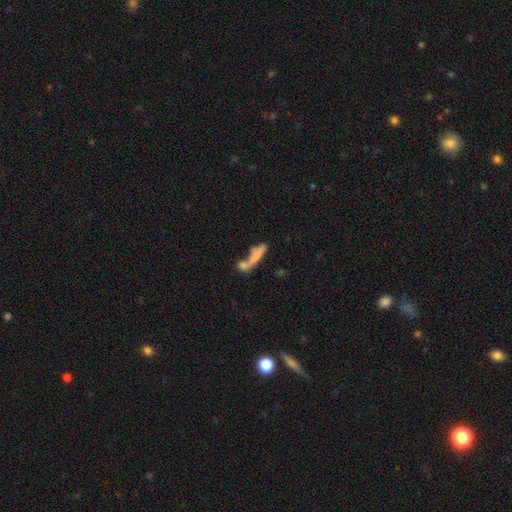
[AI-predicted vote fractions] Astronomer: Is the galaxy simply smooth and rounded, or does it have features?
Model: smooth — 63%.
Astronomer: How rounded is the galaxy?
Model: cigar-shaped — 75%.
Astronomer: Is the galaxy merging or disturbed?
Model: merger — 46% (runner-up: none, 33%).